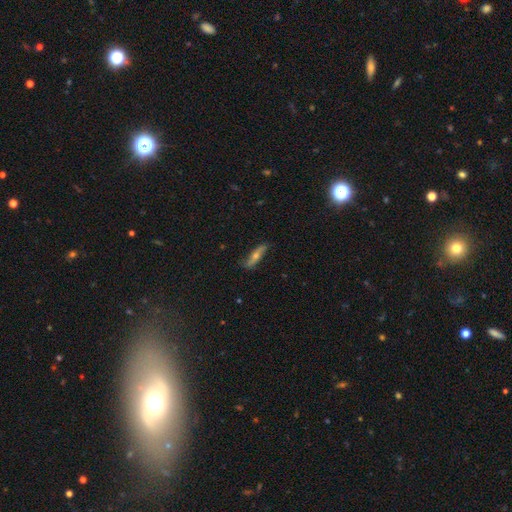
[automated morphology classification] A featured or disk galaxy (57%) viewed edge-on (60%). Merging: none (79%).